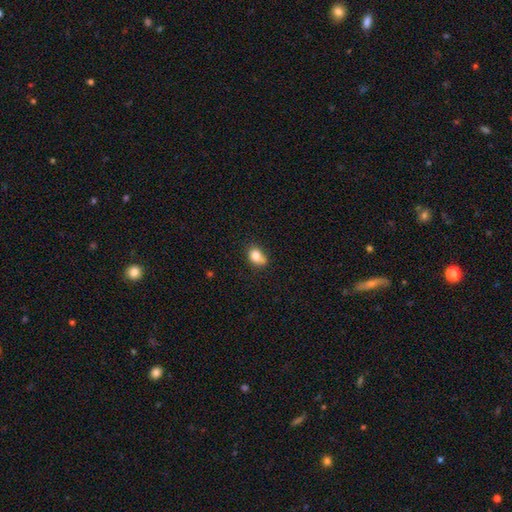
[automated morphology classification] Q: Smooth or featured?
A: smooth (80%); runner-up: featured or disk (10%)
Q: How rounded?
A: in between (62%); runner-up: round (36%)
Q: Merging?
A: none (49%); runner-up: minor disturbance (28%)